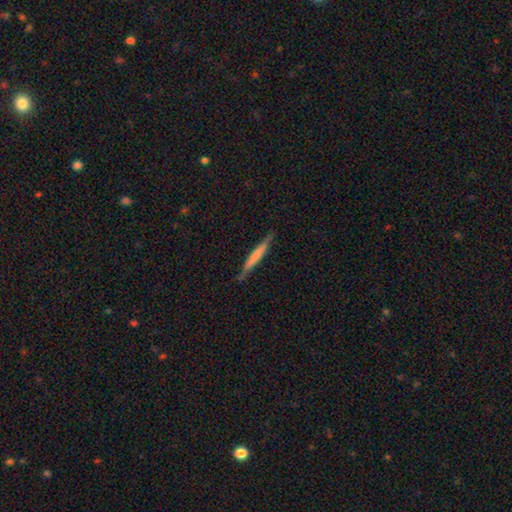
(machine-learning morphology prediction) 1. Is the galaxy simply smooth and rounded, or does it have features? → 54% smooth, 41% featured or disk, 5% star or artifact.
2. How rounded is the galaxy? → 95% cigar-shaped, 3% in between, 1% round.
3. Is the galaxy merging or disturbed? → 84% none, 12% minor disturbance, 2% major disturbance, 2% merger.